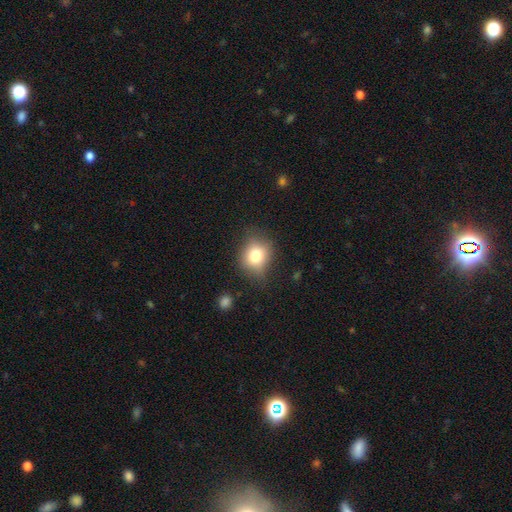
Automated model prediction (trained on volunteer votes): smooth-or-featured: smooth: 77% | featured or disk: 12% | star or artifact: 11%
  how-rounded: round: 65% | in between: 34% | cigar-shaped: 1%
  merging: none: 71% | minor disturbance: 21% | major disturbance: 6% | merger: 2%